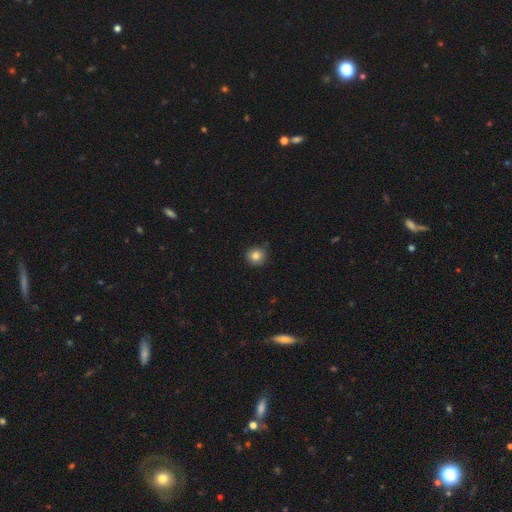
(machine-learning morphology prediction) smooth 83%, star or artifact 11%, featured or disk 6%. Down the decision tree: how rounded — round (92%); merging — none (82%).